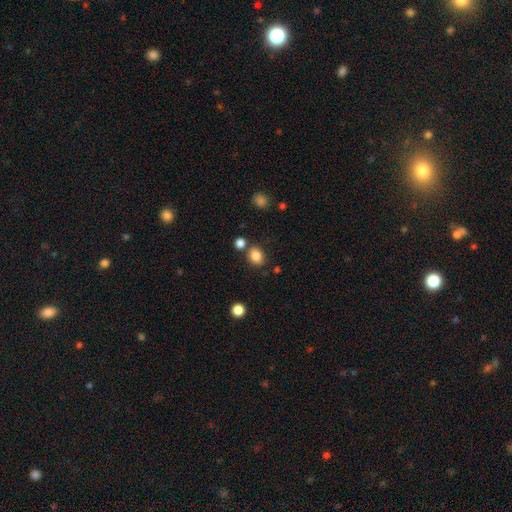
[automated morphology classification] Smooth or featured?
  - smooth: 84% *
  - star or artifact: 11%
  - featured or disk: 5%
How rounded?
  - round: 55% *
  - in between: 44%
  - cigar-shaped: 1%
Merging?
  - none: 76% *
  - minor disturbance: 11%
  - merger: 10%
  - major disturbance: 3%